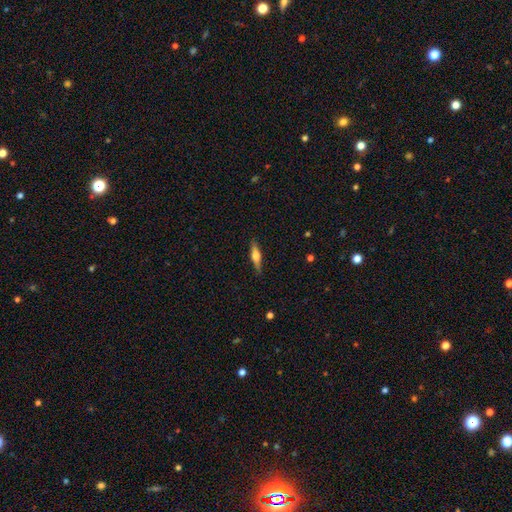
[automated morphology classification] Smooth or featured: featured or disk — 53% (smooth — 41%)
Edge-on disk: yes — 95% (no — 5%)
Edge-on bulge: rounded — 83% (boxy — 13%)
Merging: none — 86% (minor disturbance — 10%)